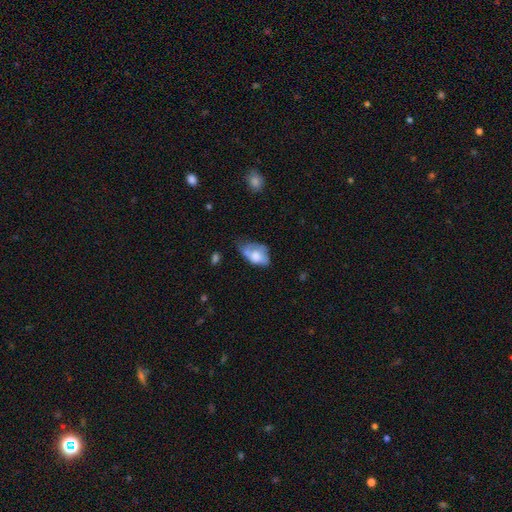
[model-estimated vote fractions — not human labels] smooth-or-featured: smooth: 62% | featured or disk: 30% | star or artifact: 8%
  how-rounded: in between: 88% | round: 10% | cigar-shaped: 2%
  merging: minor disturbance: 38% | none: 27% | major disturbance: 26% | merger: 9%